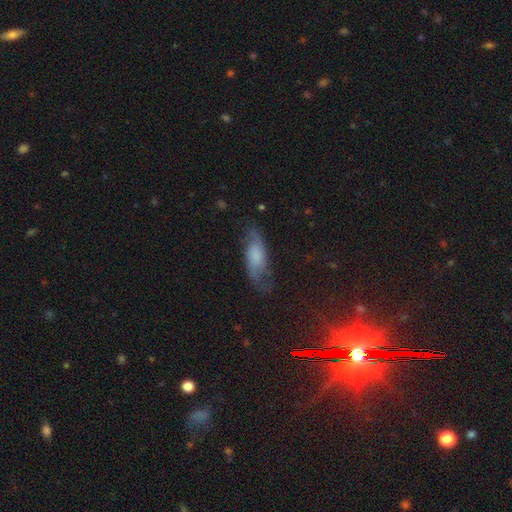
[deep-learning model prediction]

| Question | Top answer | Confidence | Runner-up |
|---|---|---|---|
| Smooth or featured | smooth | 46% | featured or disk (45%) |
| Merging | none | 61% | minor disturbance (25%) |